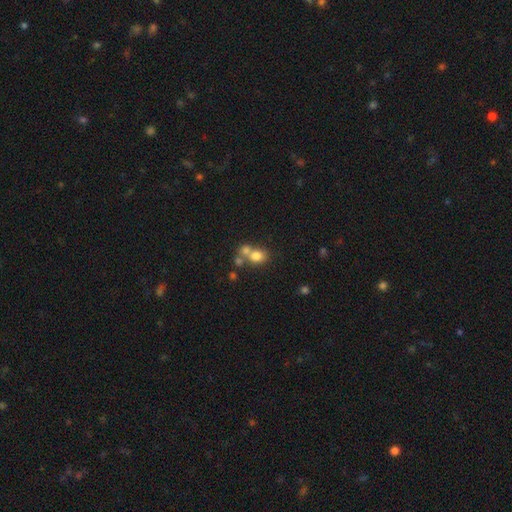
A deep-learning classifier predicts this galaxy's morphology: This appears to be a smooth galaxy with no disk features (74%) that is round (58%). Merging: merger (49%).